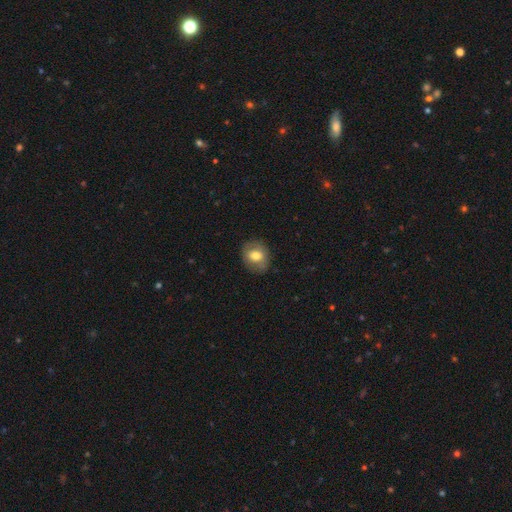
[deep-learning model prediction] Overall: smooth (66%; featured or disk 26%). How rounded: round (60%; in between 39%). Merging: none (81%).